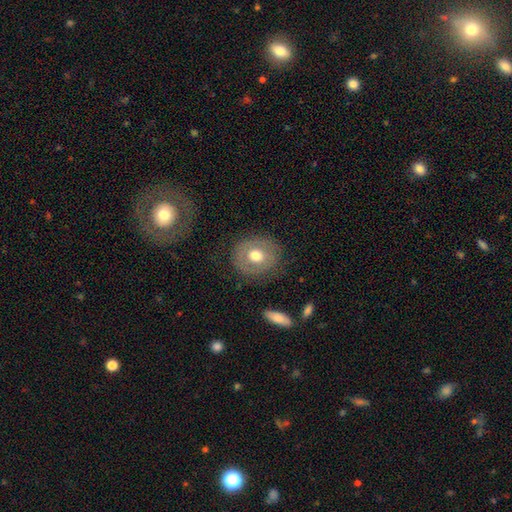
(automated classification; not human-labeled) Smooth or featured? Predicted: smooth (p=0.56). How rounded? Predicted: round (p=0.75). Merging? Predicted: none (p=0.80).